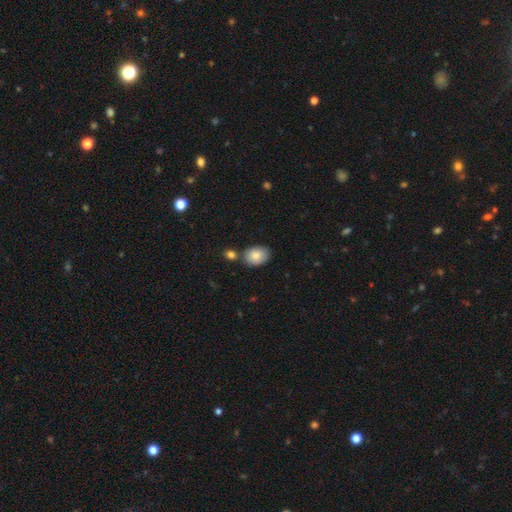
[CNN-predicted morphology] smooth 82%, featured or disk 10%, star or artifact 8%. Down the decision tree: how rounded — in between (72%); merging — none (72%).